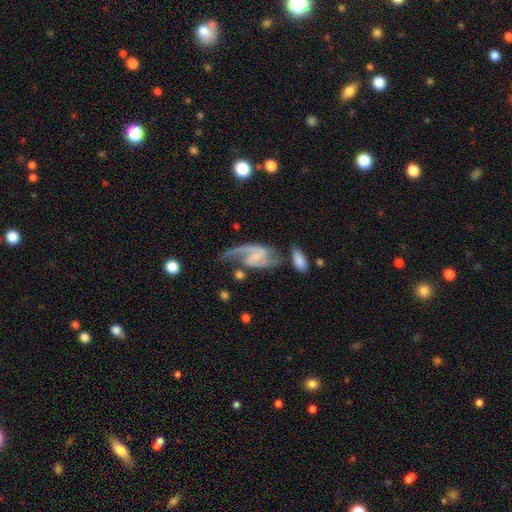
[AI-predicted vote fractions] featured or disk 85%, smooth 10%, star or artifact 6%. Down the decision tree: edge-on disk — no (97%); bar — weak (44%); spiral arms — yes (95%); spiral arm count — 2 (75%); spiral winding — loose (51%); bulge size — small (43%); merging — none (42%).